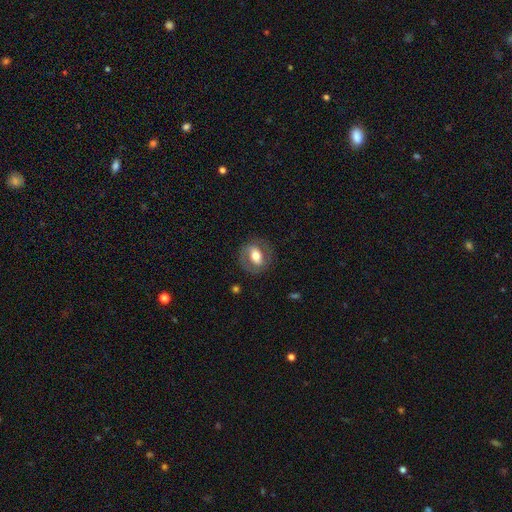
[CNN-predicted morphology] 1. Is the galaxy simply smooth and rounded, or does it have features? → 51% featured or disk, 42% smooth, 7% star or artifact.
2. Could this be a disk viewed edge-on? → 91% no, 9% yes.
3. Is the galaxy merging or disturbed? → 76% none, 14% minor disturbance, 9% major disturbance, 1% merger.